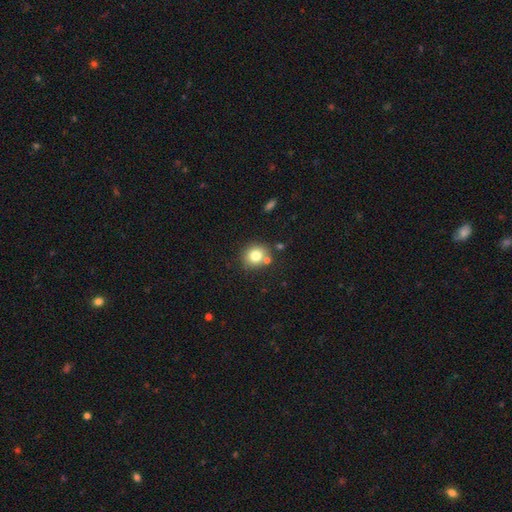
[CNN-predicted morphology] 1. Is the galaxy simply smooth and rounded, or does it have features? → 78% smooth, 11% star or artifact, 10% featured or disk.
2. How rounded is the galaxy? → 78% round, 21% in between, 1% cigar-shaped.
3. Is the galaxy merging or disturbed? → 72% none, 13% merger, 11% minor disturbance, 3% major disturbance.